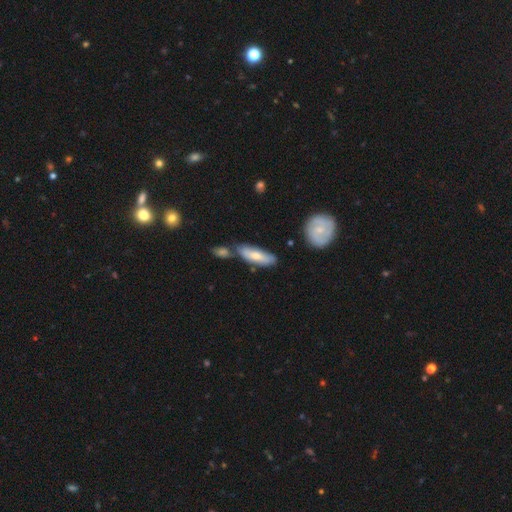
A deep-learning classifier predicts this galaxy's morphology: smooth-or-featured: smooth: 62% | featured or disk: 33% | star or artifact: 6%
  how-rounded: in between: 51% | cigar-shaped: 46% | round: 2%
  merging: none: 58% | merger: 21% | minor disturbance: 17% | major disturbance: 4%